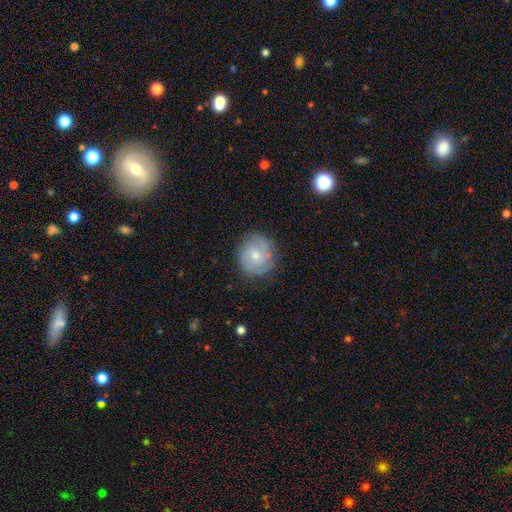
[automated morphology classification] Overall: smooth (51%; featured or disk 41%). How rounded: round (88%). Merging: none (79%).